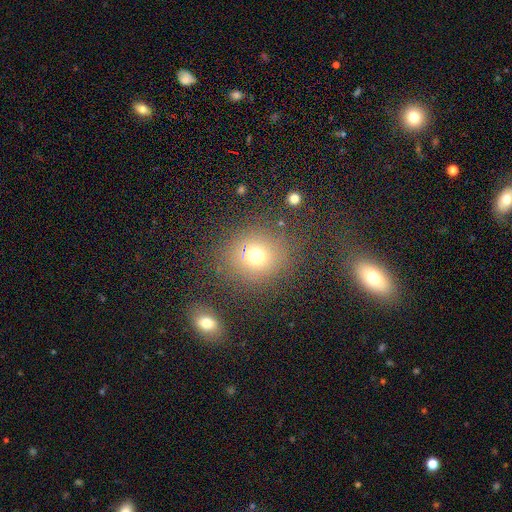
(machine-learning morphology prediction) Smooth or featured? smooth (69%)
How rounded? round (88%)
Merging? none (81%)